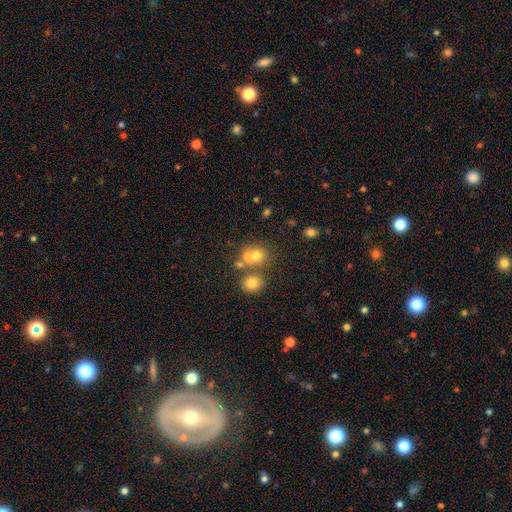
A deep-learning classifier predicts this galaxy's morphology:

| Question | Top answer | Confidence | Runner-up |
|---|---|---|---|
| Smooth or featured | smooth | 68% | star or artifact (16%) |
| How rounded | round | 77% | in between (22%) |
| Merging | none | 47% | merger (40%) |